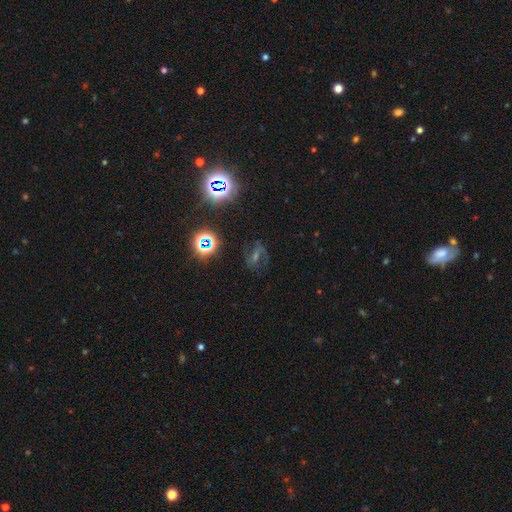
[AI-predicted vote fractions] smooth_or_featured: star or artifact (p=0.43) [alt: featured or disk p=0.39]